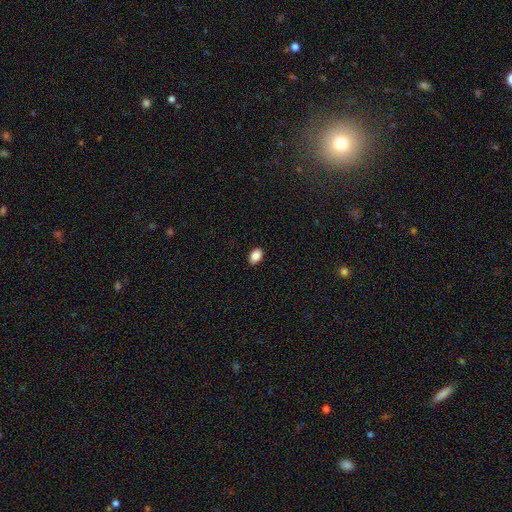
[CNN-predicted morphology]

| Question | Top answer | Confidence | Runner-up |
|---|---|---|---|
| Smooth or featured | smooth | 87% | star or artifact (8%) |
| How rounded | in between | 85% | round (14%) |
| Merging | none | 90% | minor disturbance (7%) |